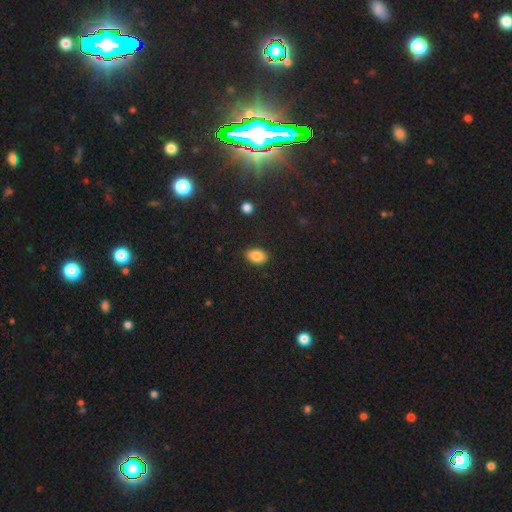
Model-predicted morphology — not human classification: This is clearly a smooth galaxy (85%). How rounded: clearly in between (86%). Merging: clearly none (89%).